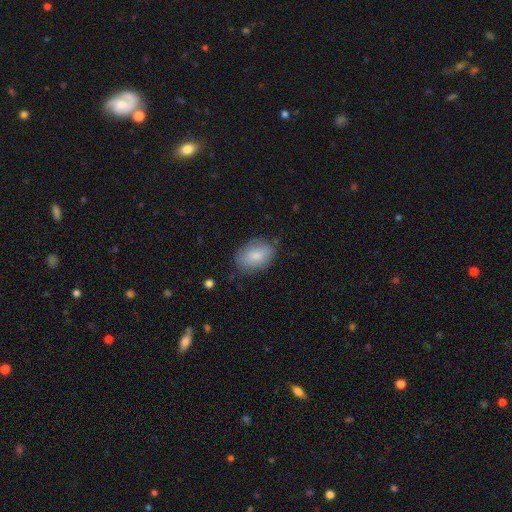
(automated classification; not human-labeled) smooth 80%, featured or disk 14%, star or artifact 6%. Down the decision tree: how rounded — in between (85%); merging — none (74%).